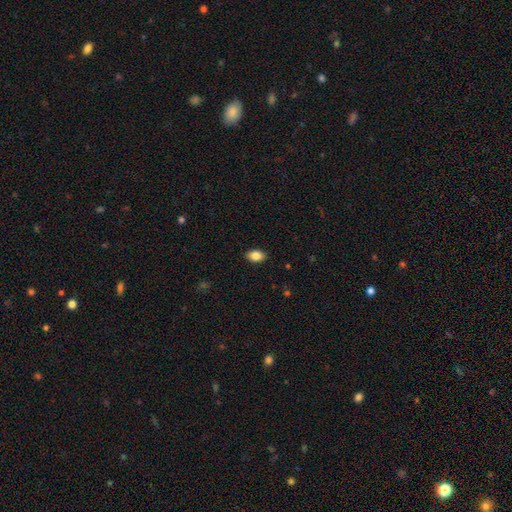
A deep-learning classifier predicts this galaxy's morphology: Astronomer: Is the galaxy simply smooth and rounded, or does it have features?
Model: smooth — 86%.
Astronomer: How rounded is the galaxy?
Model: in between — 87%.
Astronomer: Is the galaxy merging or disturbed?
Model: none — 89%.